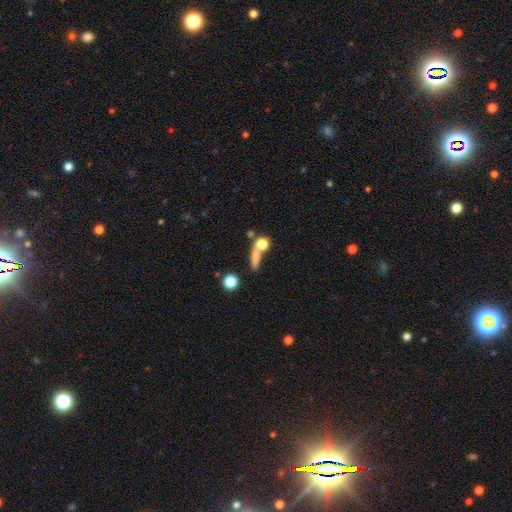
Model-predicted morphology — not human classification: A smooth galaxy with no disk features (67%) that is cigar-shaped (41%). Merging: none (47%).